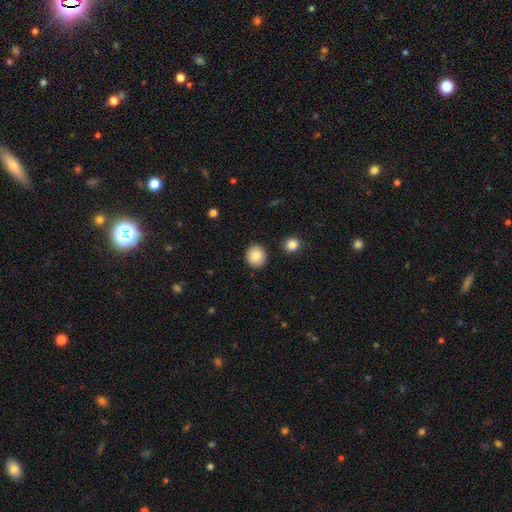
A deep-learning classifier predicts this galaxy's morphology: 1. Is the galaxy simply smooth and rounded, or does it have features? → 84% smooth, 8% featured or disk, 8% star or artifact.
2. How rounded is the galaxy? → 87% round, 12% in between, 1% cigar-shaped.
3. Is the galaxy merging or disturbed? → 91% none, 6% minor disturbance, 2% merger, 2% major disturbance.